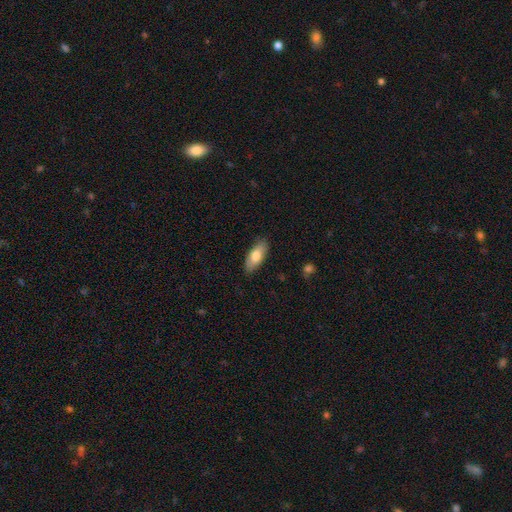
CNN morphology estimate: Q: Smooth or featured?
A: smooth (75%); runner-up: featured or disk (19%)
Q: How rounded?
A: in between (83%); runner-up: cigar-shaped (15%)
Q: Merging?
A: none (86%); runner-up: minor disturbance (11%)